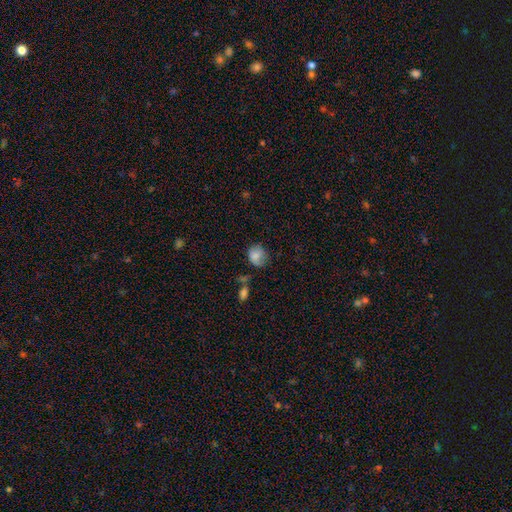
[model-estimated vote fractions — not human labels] Overall: smooth (79%). How rounded: round (60%; in between 39%). Merging: none (56%; minor disturbance 28%).